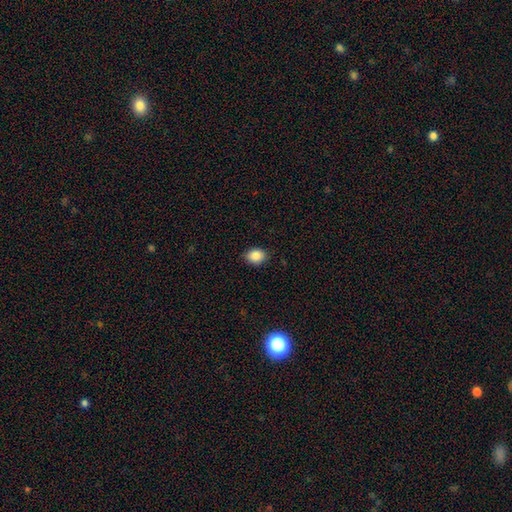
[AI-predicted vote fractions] smooth-or-featured: smooth: 86% | star or artifact: 9% | featured or disk: 5%
  how-rounded: in between: 54% | round: 45% | cigar-shaped: 1%
  merging: none: 87% | minor disturbance: 10% | major disturbance: 2% | merger: 1%